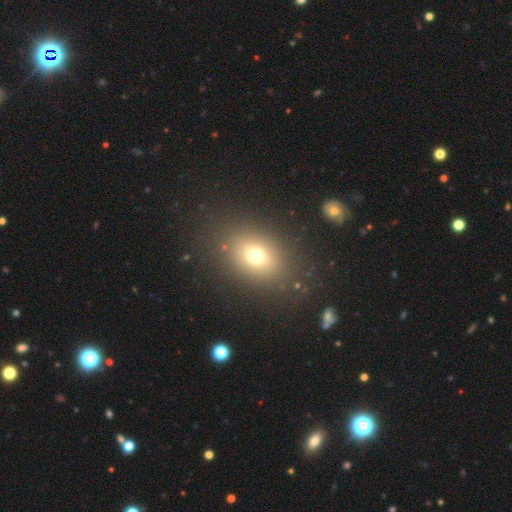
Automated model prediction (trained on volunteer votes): Morphology: type=smooth (71%); roundness=in between (54%); merging=none (85%).